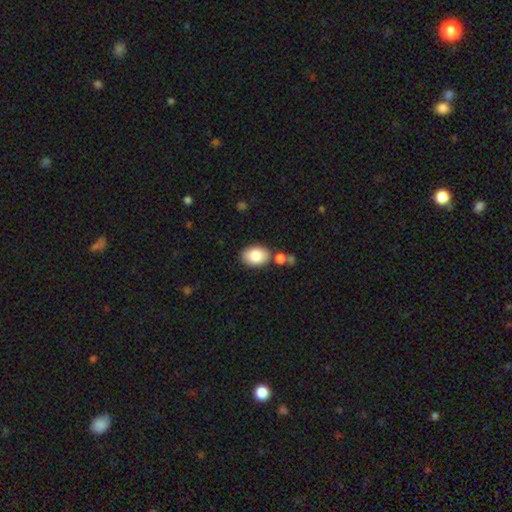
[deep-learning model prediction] Q: Smooth or featured?
A: smooth (84%); runner-up: featured or disk (9%)
Q: How rounded?
A: in between (81%); runner-up: round (18%)
Q: Merging?
A: none (77%); runner-up: minor disturbance (11%)